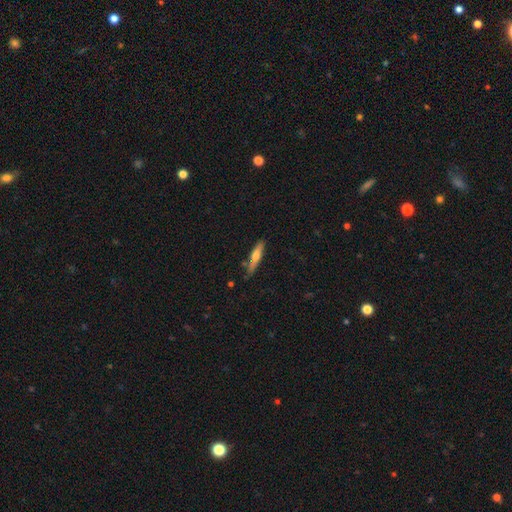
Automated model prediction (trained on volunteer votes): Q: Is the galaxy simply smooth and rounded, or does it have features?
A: smooth — 51%.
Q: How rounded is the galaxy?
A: cigar-shaped — 85%.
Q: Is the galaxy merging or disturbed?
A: none — 77%.